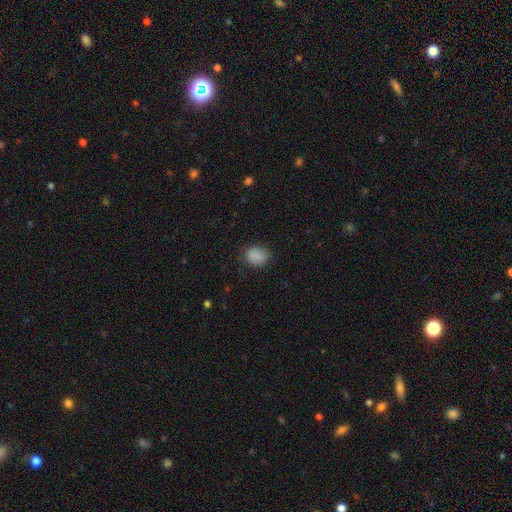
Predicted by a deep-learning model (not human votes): Smooth or featured?
  - smooth: 87% *
  - star or artifact: 9%
  - featured or disk: 4%
How rounded?
  - in between: 50% *
  - round: 49%
  - cigar-shaped: 1%
Merging?
  - none: 82% *
  - minor disturbance: 14%
  - major disturbance: 4%
  - merger: 1%